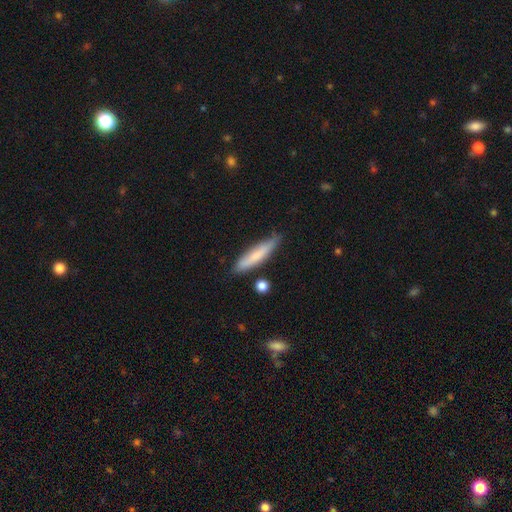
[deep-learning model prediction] The model was most divided on "smooth or featured": smooth: 73%, featured or disk: 22%, star or artifact: 6%. More confident: how rounded — cigar-shaped (86%); merging — none (78%).